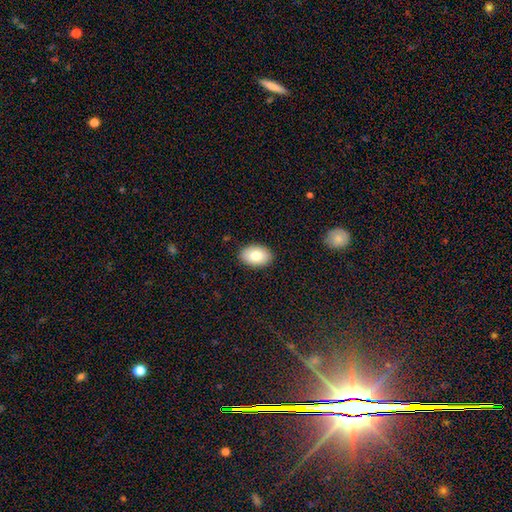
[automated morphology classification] Smooth or featured: smooth — 79% (featured or disk — 13%)
How rounded: in between — 87% (round — 12%)
Merging: none — 89% (minor disturbance — 8%)